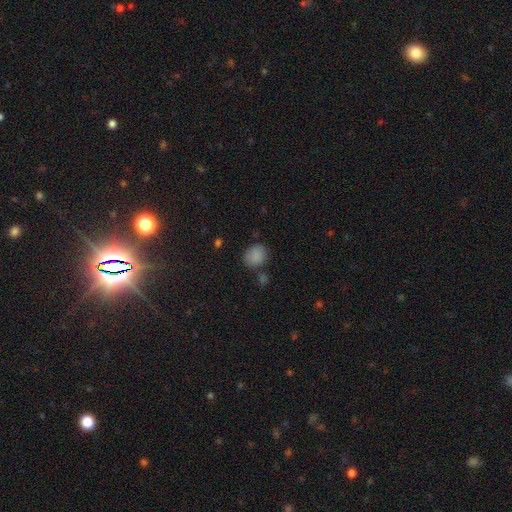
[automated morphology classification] Smooth or featured? Predicted: smooth (p=0.85). How rounded? Predicted: round (p=0.59). Merging? Predicted: none (p=0.71).